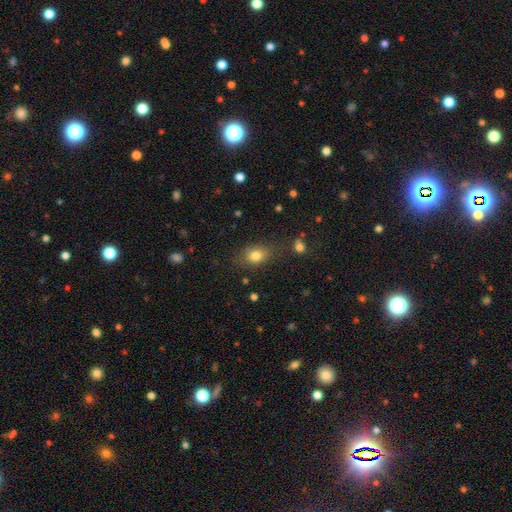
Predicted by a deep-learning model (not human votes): A smooth galaxy with no disk features (79%) that is in between round and cigar-shaped (67%).

Vote fractions:
- Smooth or featured? smooth: 79% / star or artifact: 12% / featured or disk: 9%
- How rounded? in between: 67% / round: 31% / cigar-shaped: 2%
- Merging? none: 74% / minor disturbance: 16% / major disturbance: 6% / merger: 4%